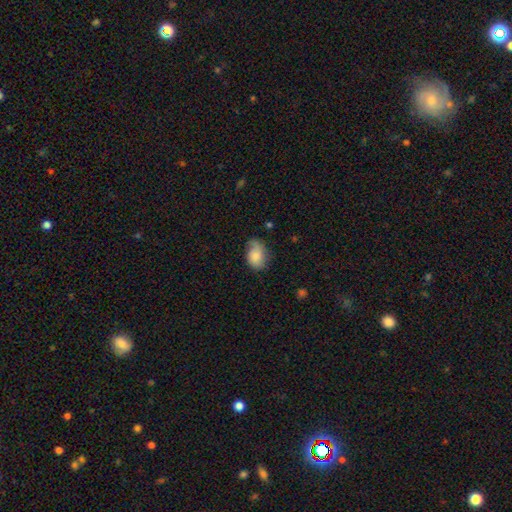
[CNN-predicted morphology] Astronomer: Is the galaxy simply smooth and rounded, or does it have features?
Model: smooth — 76%.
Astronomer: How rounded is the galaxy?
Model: in between — 83%.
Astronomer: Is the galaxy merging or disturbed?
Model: none — 51% (runner-up: minor disturbance, 34%).